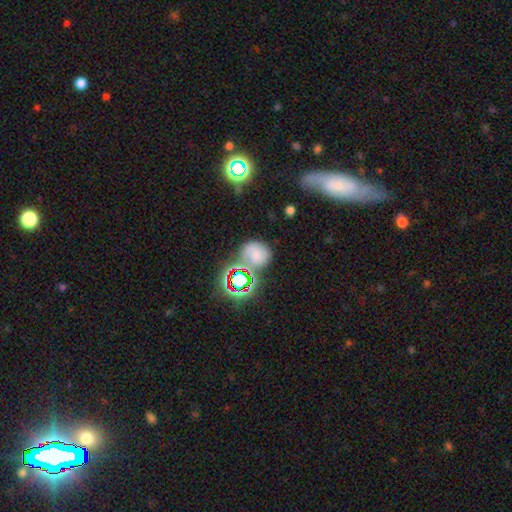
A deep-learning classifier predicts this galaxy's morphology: Smooth or featured? Predicted: smooth (p=0.50). How rounded? Predicted: round (p=0.71). Merging? Predicted: none (p=0.43).